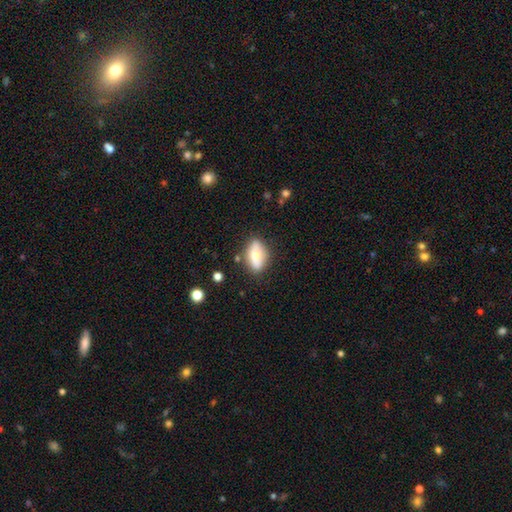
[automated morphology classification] smooth-or-featured: smooth: 63% | featured or disk: 30% | star or artifact: 7%
  how-rounded: in between: 84% | cigar-shaped: 9% | round: 7%
  merging: none: 79% | minor disturbance: 14% | major disturbance: 4% | merger: 3%